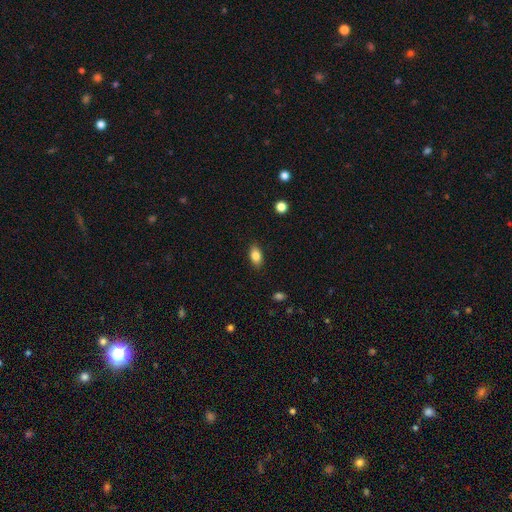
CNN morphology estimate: A smooth galaxy with no disk features (84%) that is in between round and cigar-shaped (88%).

Vote fractions:
- Smooth or featured? smooth: 84% / star or artifact: 8% / featured or disk: 8%
- How rounded? in between: 88% / round: 8% / cigar-shaped: 4%
- Merging? none: 87% / minor disturbance: 10% / major disturbance: 2% / merger: 1%